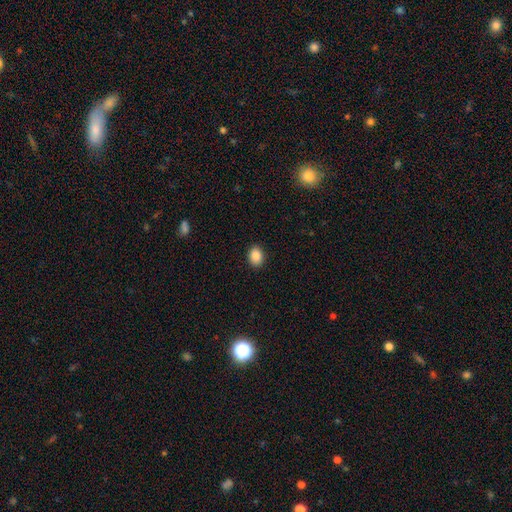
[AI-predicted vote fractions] smooth-or-featured: smooth: 87% | star or artifact: 9% | featured or disk: 4%
  how-rounded: in between: 63% | round: 36% | cigar-shaped: 1%
  merging: none: 90% | minor disturbance: 7% | major disturbance: 2% | merger: 1%